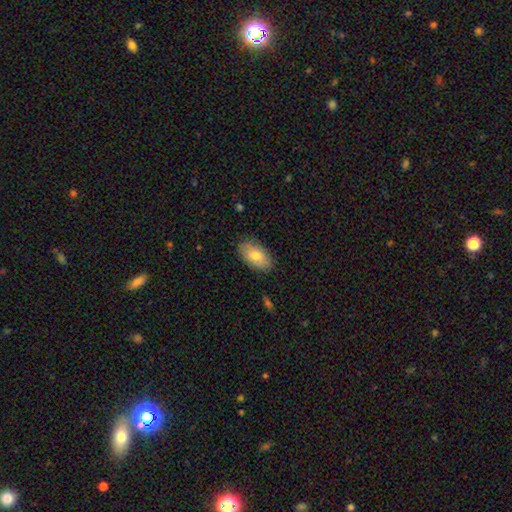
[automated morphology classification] smooth-or-featured: smooth: 78% | featured or disk: 16% | star or artifact: 7%
  how-rounded: in between: 93% | round: 4% | cigar-shaped: 2%
  merging: none: 86% | minor disturbance: 11% | major disturbance: 2% | merger: 1%